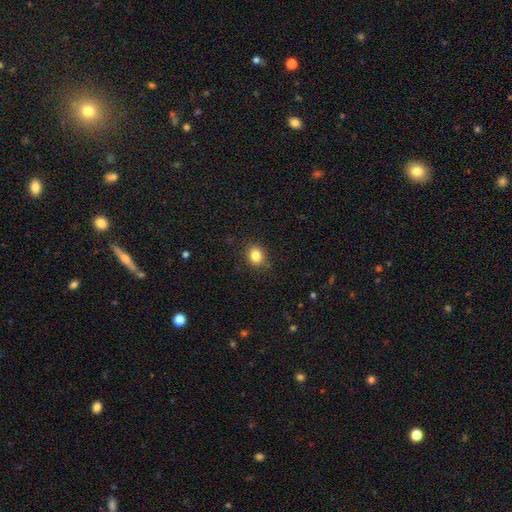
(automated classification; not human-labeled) The model was most divided on "how rounded": round: 59%, in between: 40%, cigar-shaped: 1%. More confident: merging — none (87%); smooth or featured — smooth (84%).